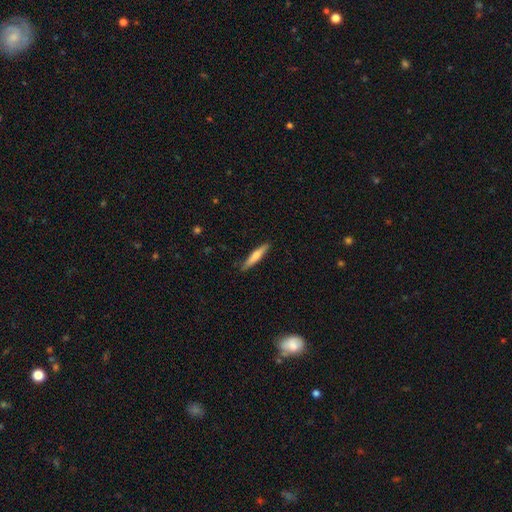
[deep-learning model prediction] Smooth or featured? smooth (67%)
How rounded? cigar-shaped (90%)
Merging? none (87%)